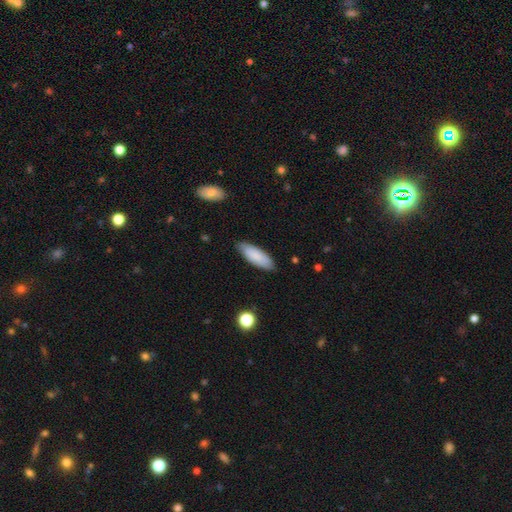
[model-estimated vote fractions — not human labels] smooth_or_featured: smooth (p=0.85) [alt: featured or disk p=0.10]
how_rounded: in between (p=0.62) [alt: cigar-shaped p=0.37]
merging: none (p=0.85) [alt: minor disturbance p=0.12]